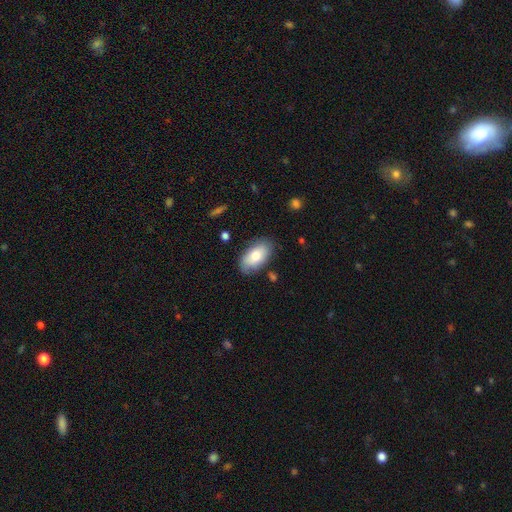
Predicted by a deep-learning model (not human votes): Smooth or featured? smooth (76%)
How rounded? in between (94%)
Merging? none (80%)